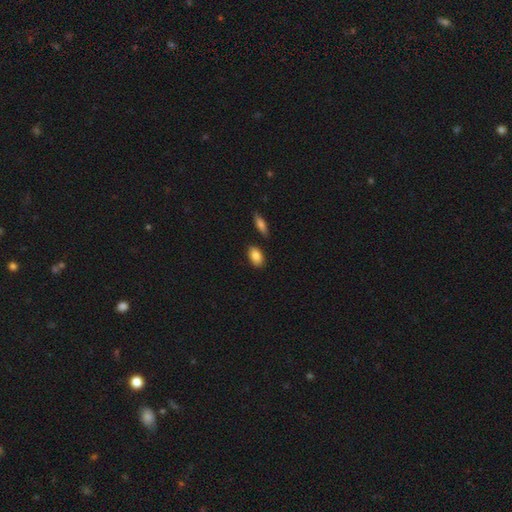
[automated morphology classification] Overall: smooth (86%). How rounded: in between (90%). Merging: none (83%).